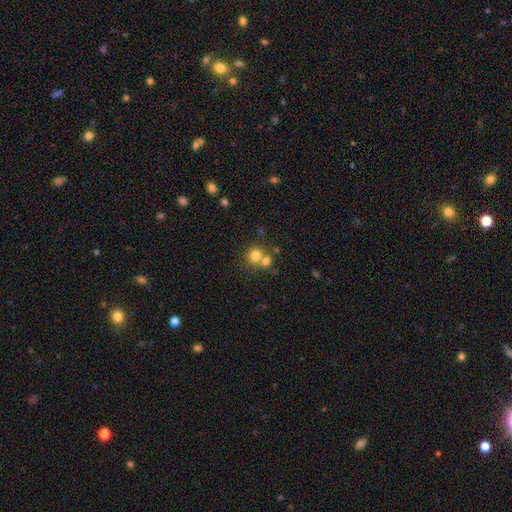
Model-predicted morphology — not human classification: smooth 76%, star or artifact 13%, featured or disk 11%. Down the decision tree: how rounded — round (87%); merging — none (46%).